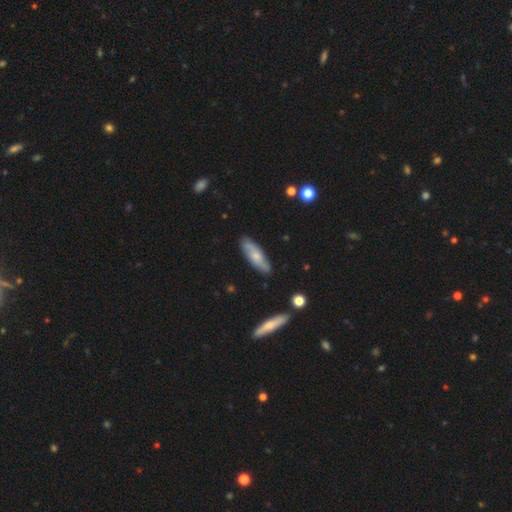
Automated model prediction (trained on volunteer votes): Smooth or featured: smooth — 53% (featured or disk — 41%)
How rounded: in between — 50% (cigar-shaped — 48%)
Merging: none — 83% (minor disturbance — 13%)